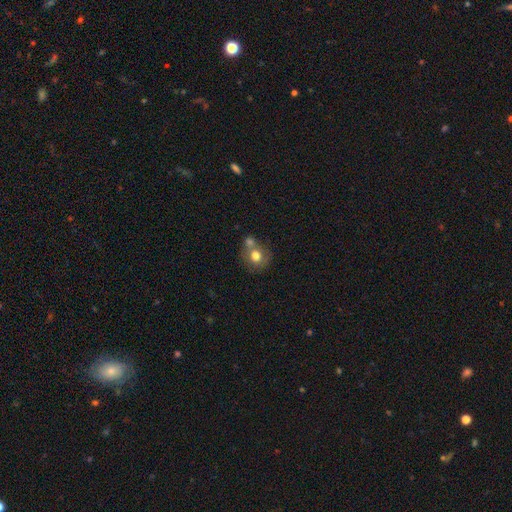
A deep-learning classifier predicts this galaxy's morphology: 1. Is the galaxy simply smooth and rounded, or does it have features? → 74% smooth, 17% featured or disk, 9% star or artifact.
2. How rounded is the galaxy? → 78% round, 21% in between, 1% cigar-shaped.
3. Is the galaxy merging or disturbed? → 43% none, 41% merger, 12% minor disturbance, 5% major disturbance.